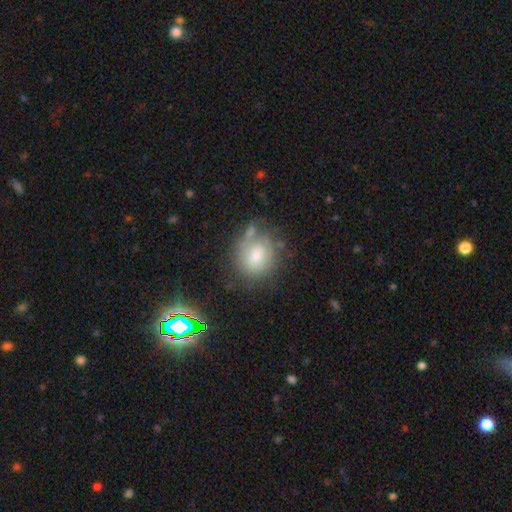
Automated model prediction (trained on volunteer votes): A smooth galaxy with no disk features (66%) that is round (67%). Merging: none (60%).